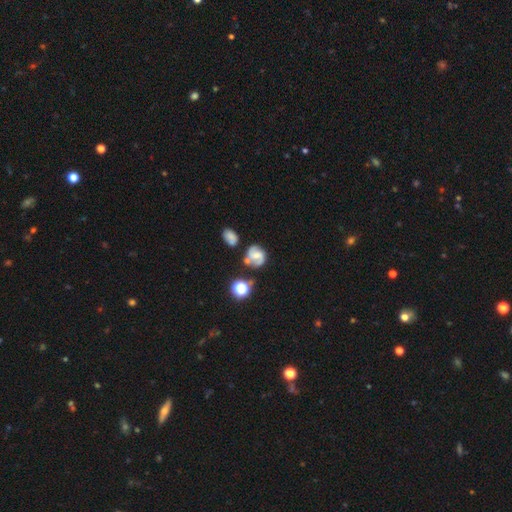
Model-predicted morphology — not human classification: A featured or disk galaxy (61%) with a weak bar (44%), 2 (81%) medium (48%) spiral arms (86%) and a small central bulge (41%). Merging: none (57%).